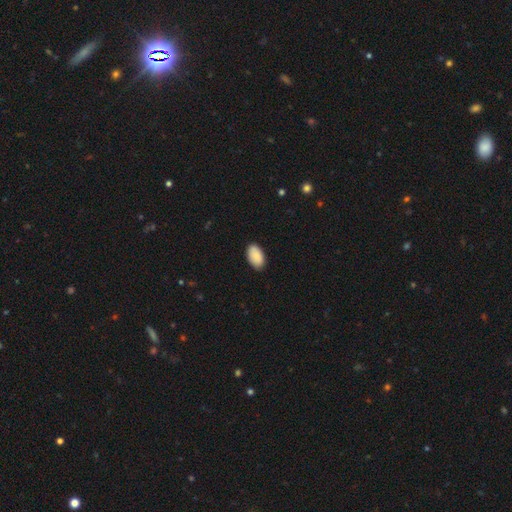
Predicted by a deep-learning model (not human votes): The model was most divided on "merging": none: 87%, minor disturbance: 10%, major disturbance: 2%, merger: 1%. More confident: how rounded — in between (95%); smooth or featured — smooth (90%).